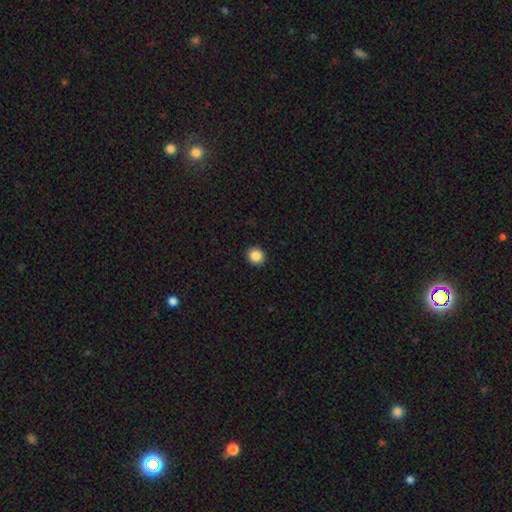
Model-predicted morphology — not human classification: smooth_or_featured: smooth (p=0.87) [alt: star or artifact p=0.09]
how_rounded: round (p=0.89) [alt: in between p=0.10]
merging: none (p=0.93) [alt: minor disturbance p=0.05]